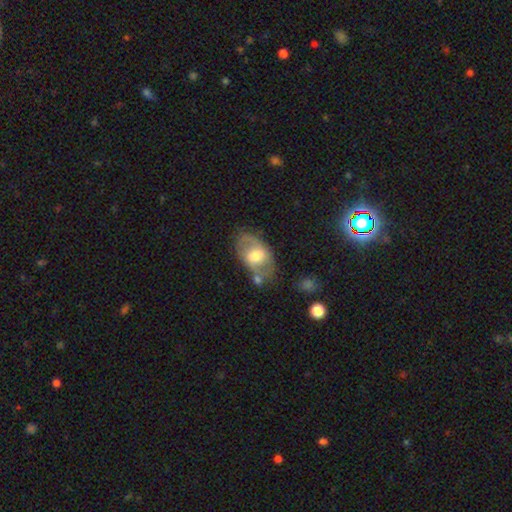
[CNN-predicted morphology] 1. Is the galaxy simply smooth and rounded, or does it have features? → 47% smooth (tied), 47% featured or disk (tied), 7% star or artifact.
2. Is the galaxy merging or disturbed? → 53% none, 24% minor disturbance, 12% merger, 10% major disturbance.